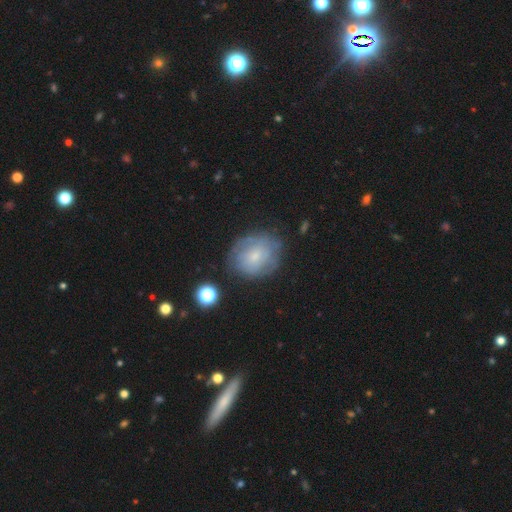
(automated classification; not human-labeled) smooth_or_featured: featured or disk (p=0.46) [alt: smooth p=0.45]
merging: none (p=0.69) [alt: minor disturbance p=0.20]